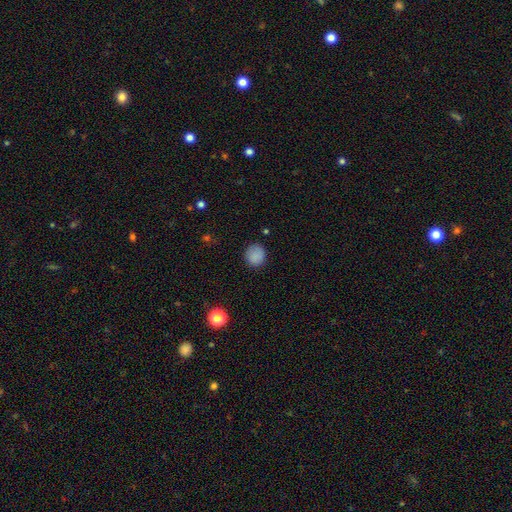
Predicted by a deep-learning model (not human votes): smooth-or-featured: smooth: 86% | star or artifact: 11% | featured or disk: 3%
  how-rounded: round: 88% | in between: 11% | cigar-shaped: 1%
  merging: none: 86% | minor disturbance: 10% | major disturbance: 3% | merger: 1%